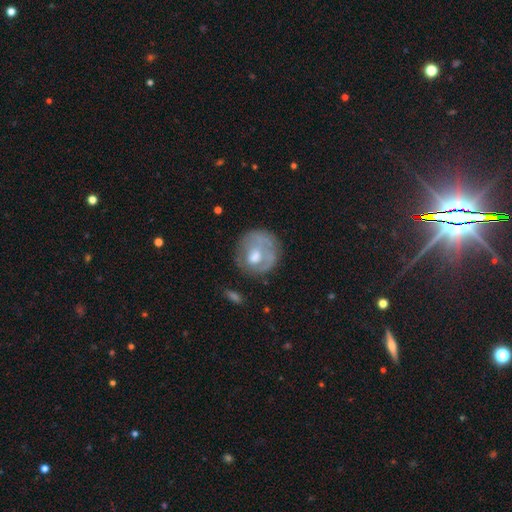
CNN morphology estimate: Smooth or featured: featured or disk — 50% (smooth — 42%)
Edge-on disk: no — 96% (yes — 4%)
Merging: none — 59% (minor disturbance — 22%)